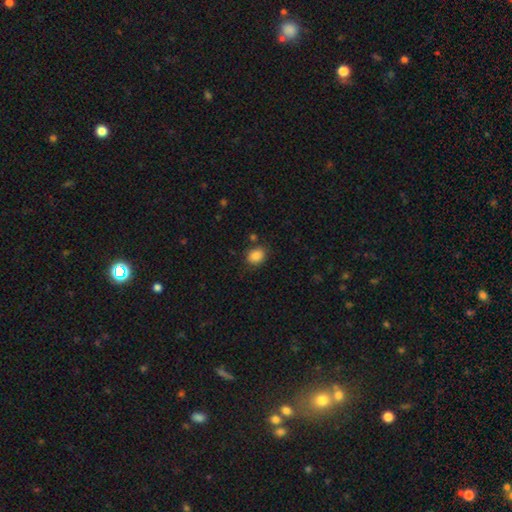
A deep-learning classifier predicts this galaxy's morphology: type=smooth (86%); roundness=round (54%); merging=none (81%).